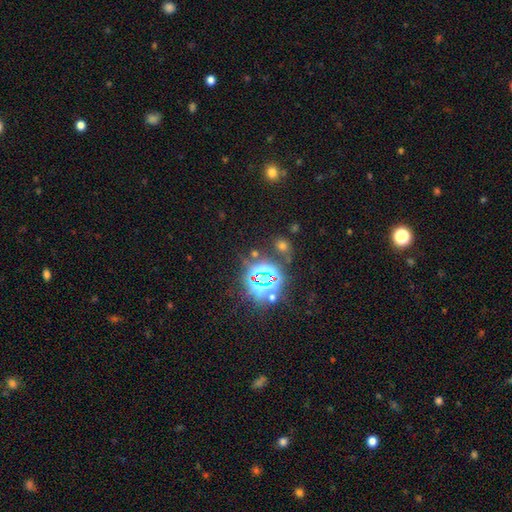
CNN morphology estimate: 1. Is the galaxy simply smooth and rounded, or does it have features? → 78% star or artifact, 14% smooth, 8% featured or disk.